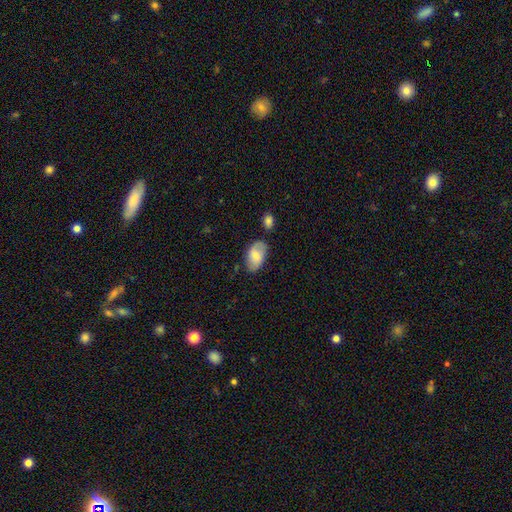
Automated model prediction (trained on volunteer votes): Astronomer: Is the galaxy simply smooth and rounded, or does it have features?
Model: smooth — 68%.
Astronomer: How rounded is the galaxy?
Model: in between — 93%.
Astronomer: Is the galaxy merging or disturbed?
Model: none — 68%.